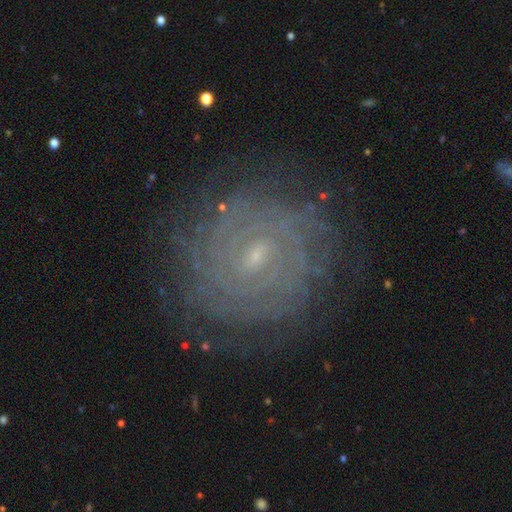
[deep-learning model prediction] The model was most divided on "bar": weak: 45%, no: 44%, strong: 11%. More confident: edge-on disk — no (97%); merging — none (82%); spiral arms — yes (82%); bulge size — small (77%); spiral winding — tight (77%); smooth or featured — featured or disk (66%); spiral arm count — can't tell (58%).